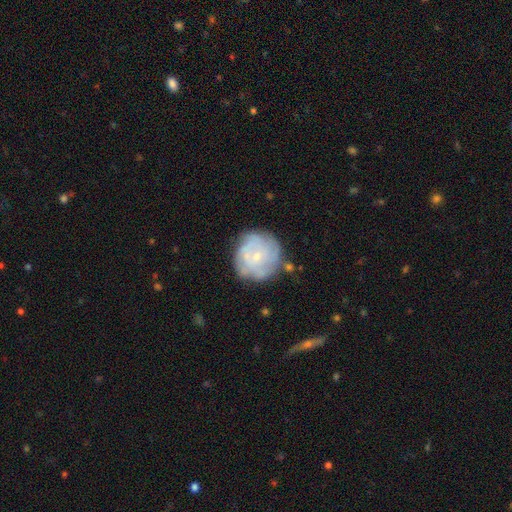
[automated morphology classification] Smooth or featured? Predicted: featured or disk (p=0.61). Edge-on disk? Predicted: no (p=0.98). Bar? Predicted: no (p=0.79). Spiral arms? Predicted: yes (p=0.61). Bulge size? Predicted: small (p=0.75). Merging? Predicted: none (p=0.69).